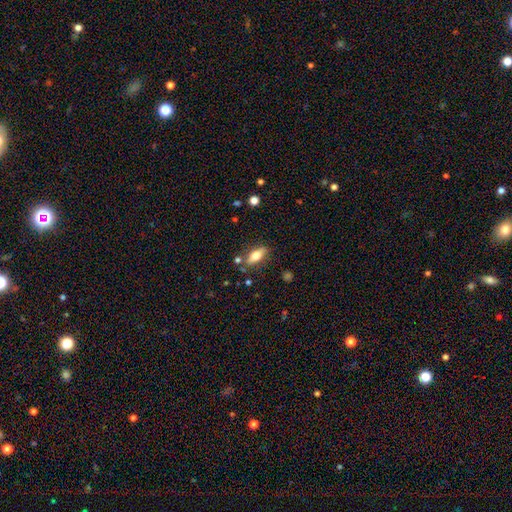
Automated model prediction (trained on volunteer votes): smooth_or_featured: smooth (p=0.74) [alt: featured or disk p=0.19]
how_rounded: in between (p=0.78) [alt: cigar-shaped p=0.19]
merging: none (p=0.77) [alt: minor disturbance p=0.13]